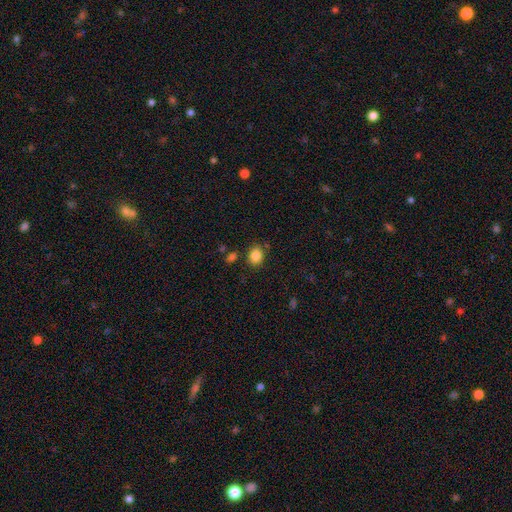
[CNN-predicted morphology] A smooth galaxy with no disk features (86%) that is round (54%). Merging: none (80%).